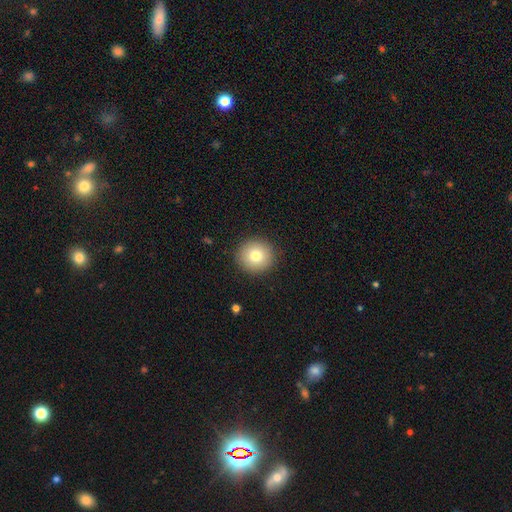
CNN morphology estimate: Smooth or featured? smooth (79%)
How rounded? round (91%)
Merging? none (91%)